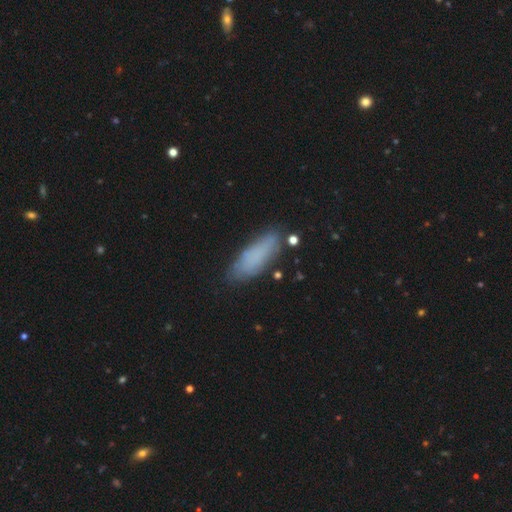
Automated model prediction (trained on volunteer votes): smooth_or_featured: smooth (p=0.78) [alt: featured or disk p=0.14]
how_rounded: in between (p=0.57) [alt: cigar-shaped p=0.41]
merging: none (p=0.74) [alt: minor disturbance p=0.18]